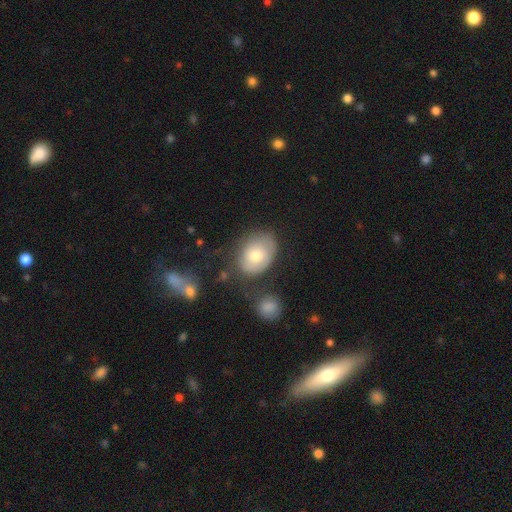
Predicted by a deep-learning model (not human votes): A smooth galaxy with no disk features (69%) that is in between round and cigar-shaped (65%). Merging: none (61%).